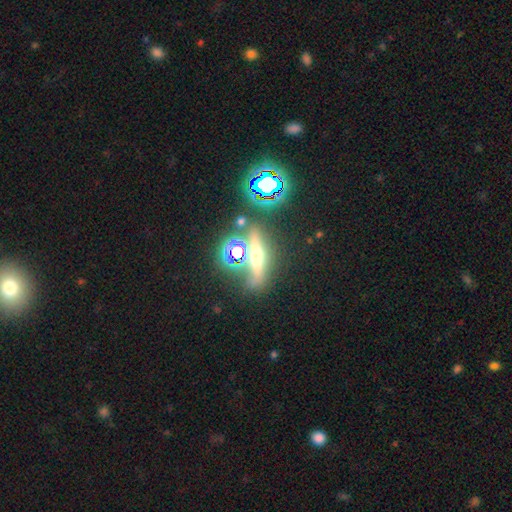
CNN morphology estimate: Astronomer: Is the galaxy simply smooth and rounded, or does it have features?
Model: featured or disk — 45% (runner-up: star or artifact, 33%).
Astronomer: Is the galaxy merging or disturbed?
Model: none — 74%.